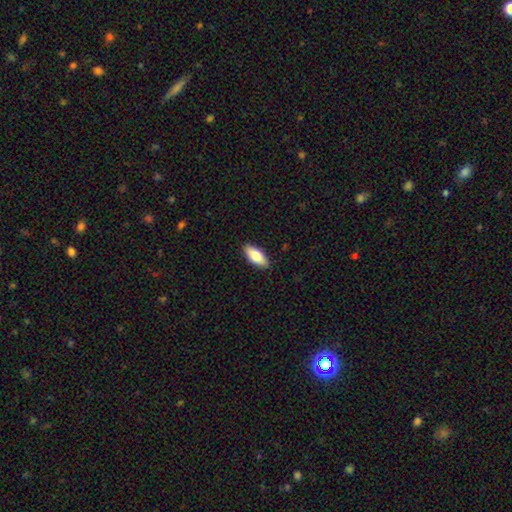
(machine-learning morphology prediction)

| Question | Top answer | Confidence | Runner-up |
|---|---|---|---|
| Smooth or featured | smooth | 79% | featured or disk (15%) |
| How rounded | in between | 83% | cigar-shaped (15%) |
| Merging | none | 89% | minor disturbance (8%) |